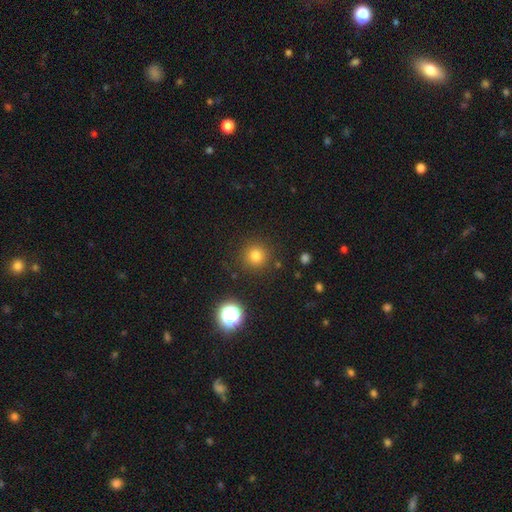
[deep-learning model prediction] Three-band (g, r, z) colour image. It shows a smooth galaxy with no disk features (78%) that is round (94%). Merging: none (89%).